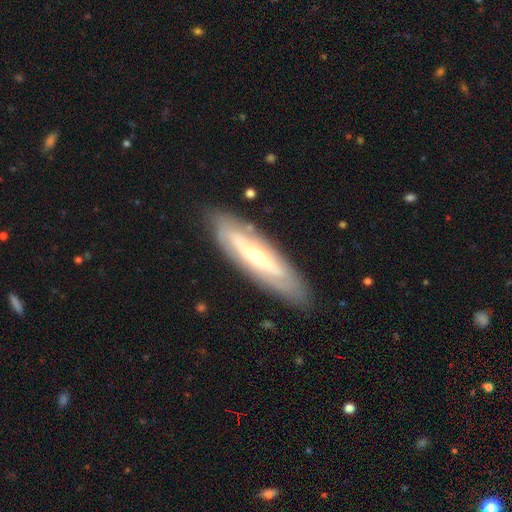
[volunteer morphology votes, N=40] Overall: featured or disk (62%; smooth 32%). Edge-on disk: no (56%; yes 44%). Bar: no (57%; strong 36%). Spiral arms: yes (57%; no 43%). Spiral arm count: can't tell (100%). Spiral winding: tight (75%). Bulge size: small (57%; moderate 43%). Merging: none (82%).